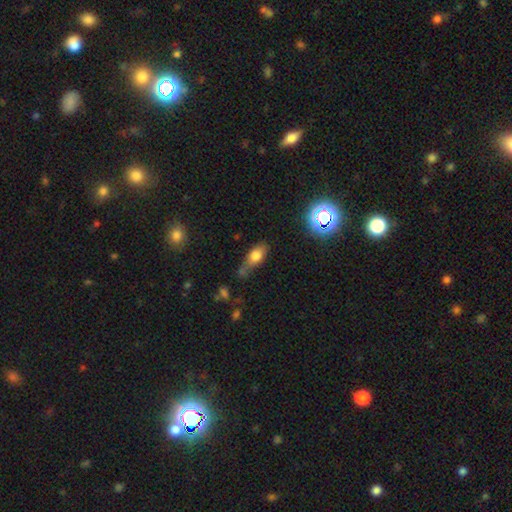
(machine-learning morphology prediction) This is likely a smooth galaxy (70%). How rounded: likely in between (77%). Merging: possibly none (48%).